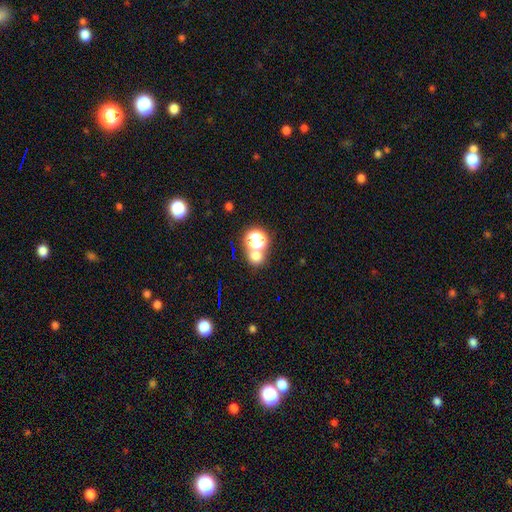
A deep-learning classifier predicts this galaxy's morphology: Smooth or featured? Predicted: smooth (p=0.63). How rounded? Predicted: round (p=0.83). Merging? Predicted: none (p=0.61).